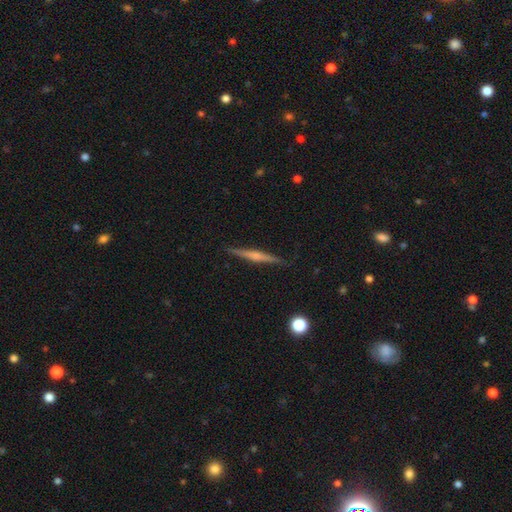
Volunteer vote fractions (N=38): Smooth or featured?
  - featured or disk: 66% *
  - smooth: 29%
  - star or artifact: 5%
Edge-on disk?
  - yes: 100% *
  - no: 0%
Edge-on bulge?
  - rounded: 96% *
  - none: 4%
  - boxy: 0%
Merging?
  - none: 94% *
  - minor disturbance: 6%
  - major disturbance: 0%
  - merger: 0%